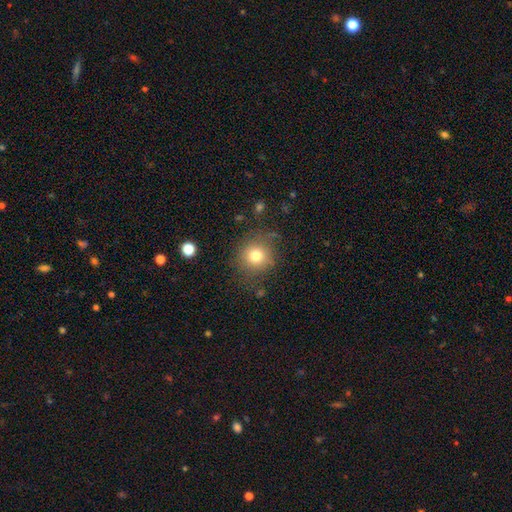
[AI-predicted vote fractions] This is likely a smooth galaxy (78%). How rounded: clearly round (91%). Merging: clearly none (81%).